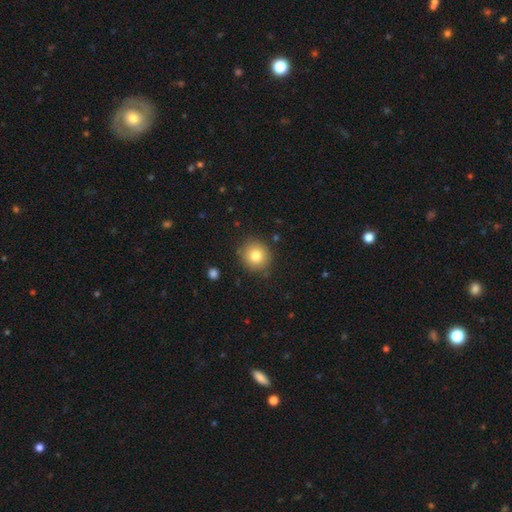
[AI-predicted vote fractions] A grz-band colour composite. It shows a smooth galaxy with no disk features (82%) that is round (88%). Merging: none (87%).